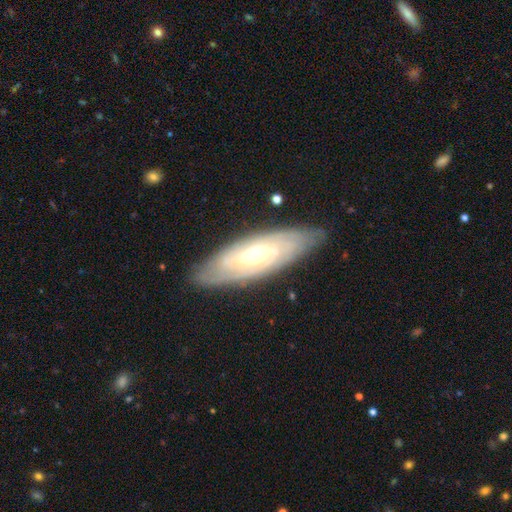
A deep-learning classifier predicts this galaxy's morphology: Q: Smooth or featured?
A: featured or disk (75%); runner-up: smooth (19%)
Q: Edge-on disk?
A: no (79%); runner-up: yes (21%)
Q: Bar?
A: no (64%); runner-up: weak (28%)
Q: Spiral arms?
A: yes (84%); runner-up: no (16%)
Q: Spiral winding?
A: tight (70%); runner-up: medium (24%)
Q: Spiral arm count?
A: can't tell (56%); runner-up: 2 (21%)
Q: Bulge size?
A: moderate (65%); runner-up: small (26%)
Q: Merging?
A: none (82%); runner-up: minor disturbance (14%)